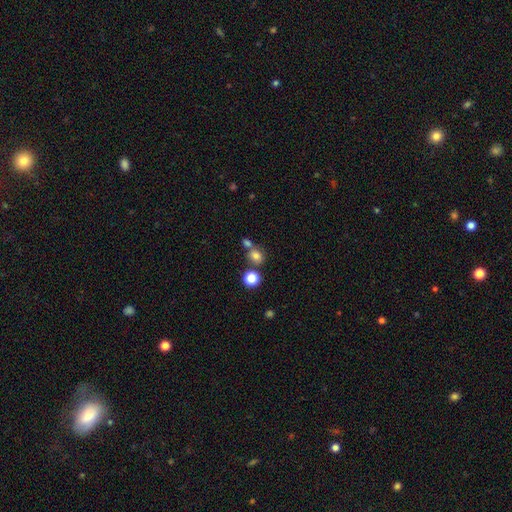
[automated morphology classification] type=smooth (77%); roundness=round (66%); merging=none (56%).